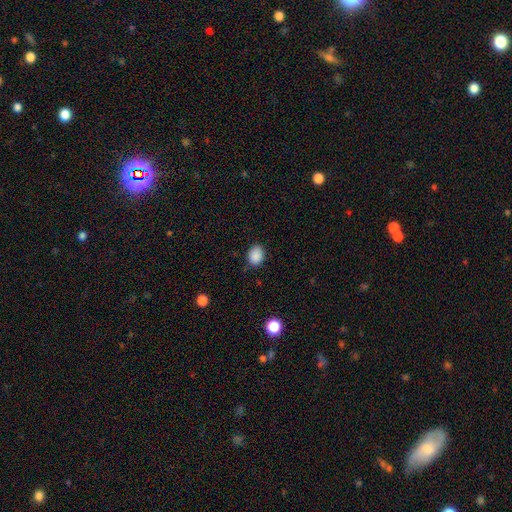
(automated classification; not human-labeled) smooth_or_featured: smooth (p=0.87) [alt: star or artifact p=0.09]
how_rounded: in between (p=0.52) [alt: round p=0.48]
merging: none (p=0.82) [alt: minor disturbance p=0.14]